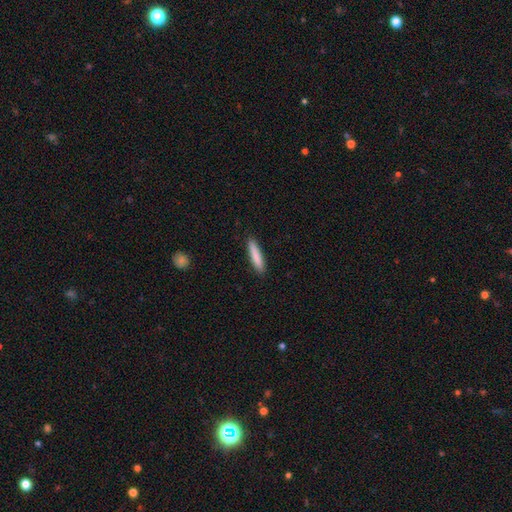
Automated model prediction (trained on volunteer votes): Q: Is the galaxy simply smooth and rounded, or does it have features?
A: smooth — 85%.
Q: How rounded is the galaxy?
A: cigar-shaped — 88%.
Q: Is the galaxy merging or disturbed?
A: none — 90%.